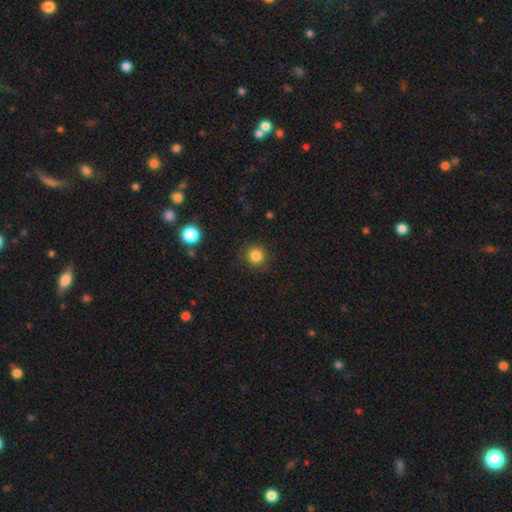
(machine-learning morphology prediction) smooth 85%, star or artifact 12%, featured or disk 4%. Down the decision tree: how rounded — round (94%); merging — none (89%).